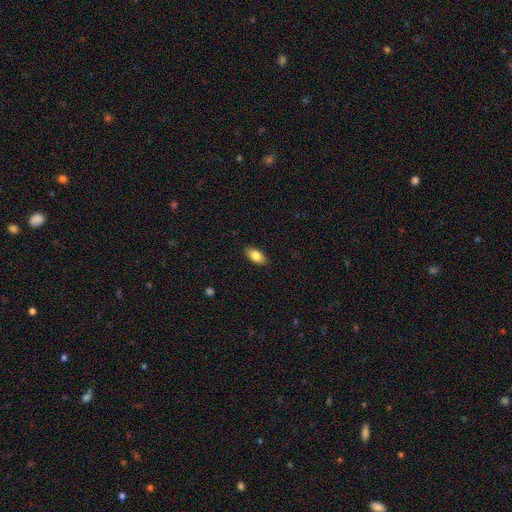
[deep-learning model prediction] smooth-or-featured: smooth: 83% | featured or disk: 10% | star or artifact: 7%
  how-rounded: in between: 91% | round: 5% | cigar-shaped: 4%
  merging: none: 88% | minor disturbance: 9% | major disturbance: 2% | merger: 1%